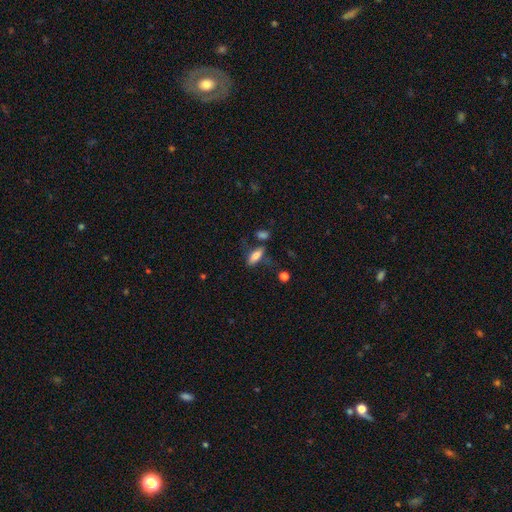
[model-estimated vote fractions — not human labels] A smooth galaxy with no disk features (73%) that is in between round and cigar-shaped (67%). Merging: none (59%).